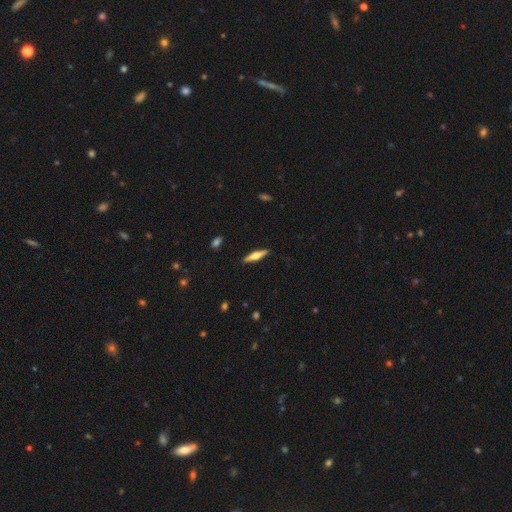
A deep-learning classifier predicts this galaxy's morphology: This is possibly a smooth galaxy (47%, tied with featured or disk). Merging: clearly none (89%).